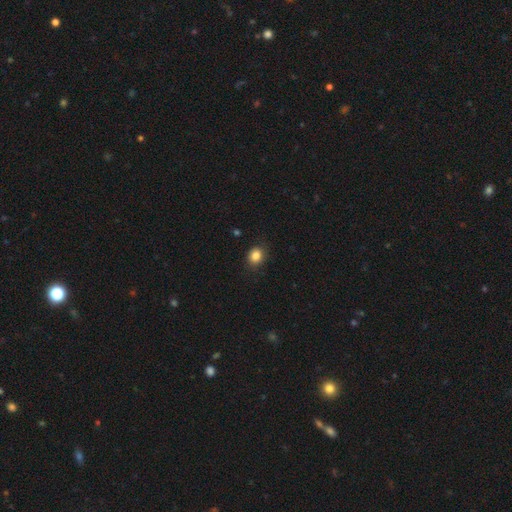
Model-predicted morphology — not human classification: Smooth or featured? smooth (85%)
How rounded? round (67%)
Merging? none (86%)